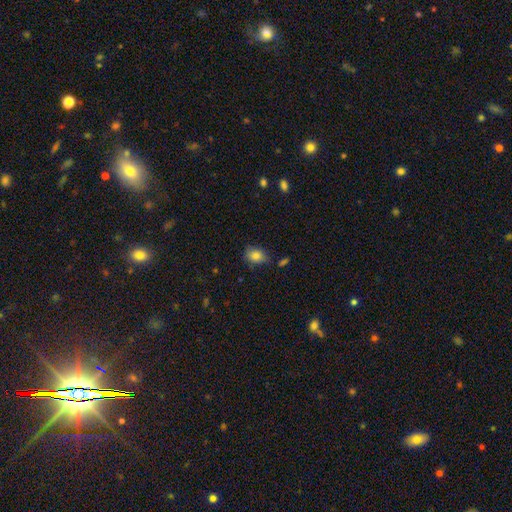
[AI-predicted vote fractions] A smooth galaxy with no disk features (83%) that is in between round and cigar-shaped (73%). Merging: none (72%).